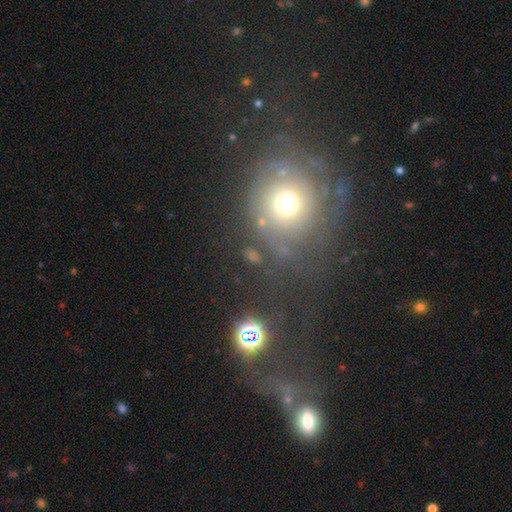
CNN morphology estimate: Smooth or featured?
  - smooth: 49% *
  - featured or disk: 27%
  - star or artifact: 24%
Merging?
  - none: 64% *
  - minor disturbance: 14%
  - major disturbance: 13%
  - merger: 8%